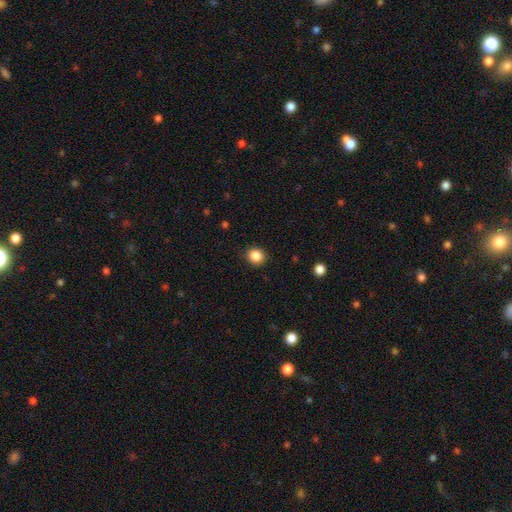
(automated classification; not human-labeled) smooth-or-featured: smooth: 87% | star or artifact: 10% | featured or disk: 3%
  how-rounded: round: 86% | in between: 13% | cigar-shaped: 1%
  merging: none: 90% | minor disturbance: 7% | major disturbance: 2% | merger: 1%